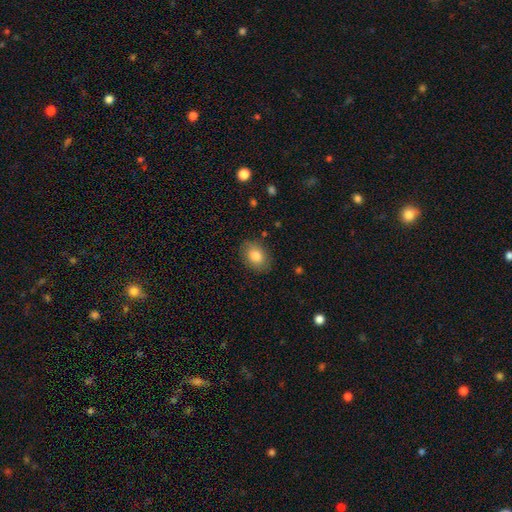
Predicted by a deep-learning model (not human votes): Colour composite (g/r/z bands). It shows a smooth galaxy with no disk features (83%) that is in between round and cigar-shaped (73%). Merging: none (84%).